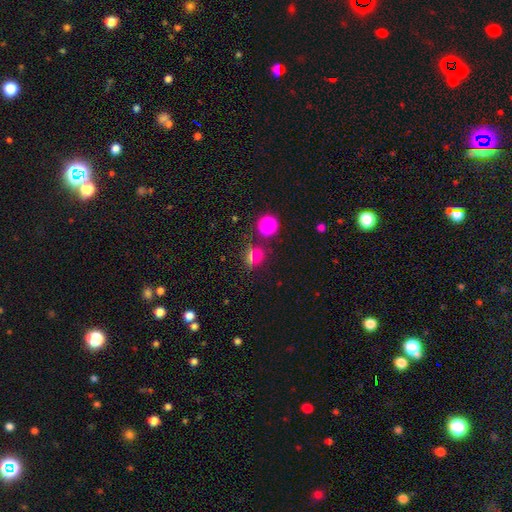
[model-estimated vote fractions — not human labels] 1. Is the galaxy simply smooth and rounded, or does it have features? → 51% smooth, 39% star or artifact, 9% featured or disk.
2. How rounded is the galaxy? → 79% round, 18% in between, 3% cigar-shaped.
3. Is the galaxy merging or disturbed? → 73% none, 11% merger, 10% minor disturbance, 6% major disturbance.